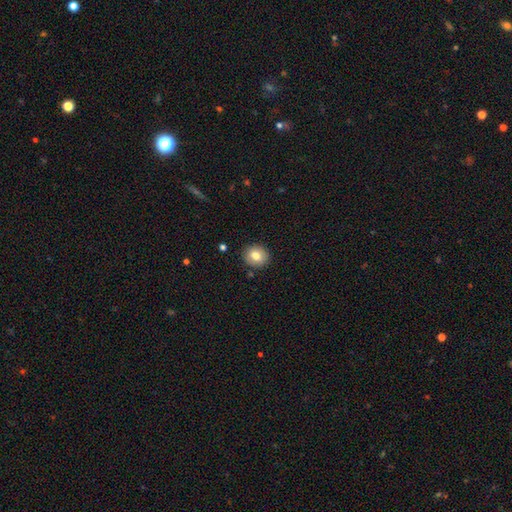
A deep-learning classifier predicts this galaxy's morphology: Smooth or featured? smooth (79%)
How rounded? round (81%)
Merging? none (89%)